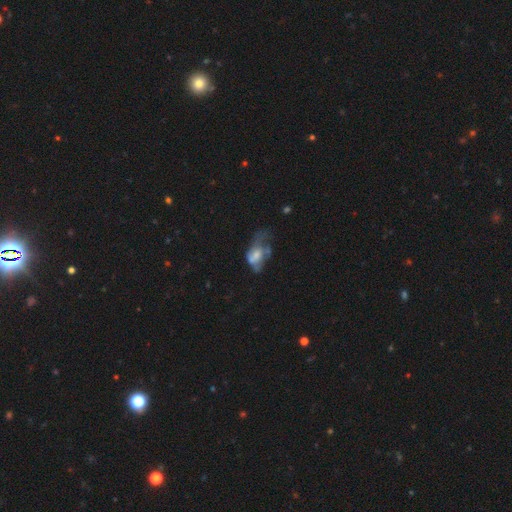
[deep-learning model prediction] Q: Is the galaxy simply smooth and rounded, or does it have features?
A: featured or disk — 47%.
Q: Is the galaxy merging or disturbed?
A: major disturbance — 51%.